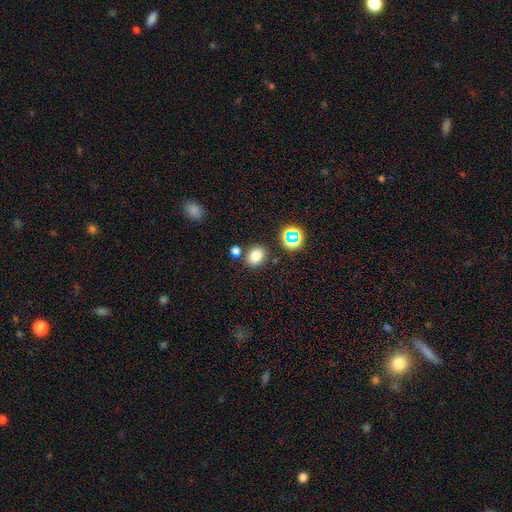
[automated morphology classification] Overall: smooth (77%). How rounded: round (54%; in between 45%). Merging: none (79%).